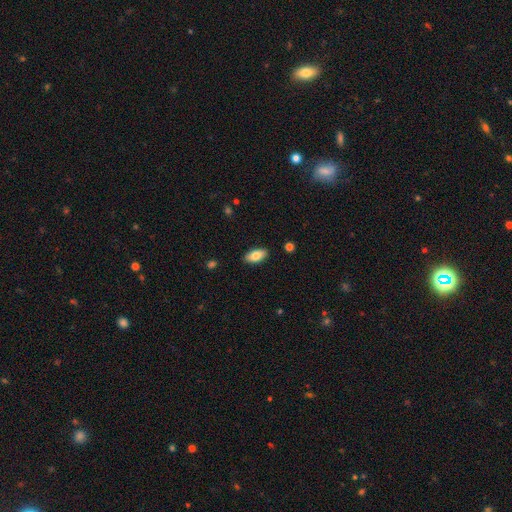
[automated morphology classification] A smooth galaxy with no disk features (80%) that is in between round and cigar-shaped (90%).

Vote fractions:
- Smooth or featured? smooth: 80% / featured or disk: 14% / star or artifact: 7%
- How rounded? in between: 90% / cigar-shaped: 8% / round: 3%
- Merging? none: 89% / minor disturbance: 9% / major disturbance: 2% / merger: 1%